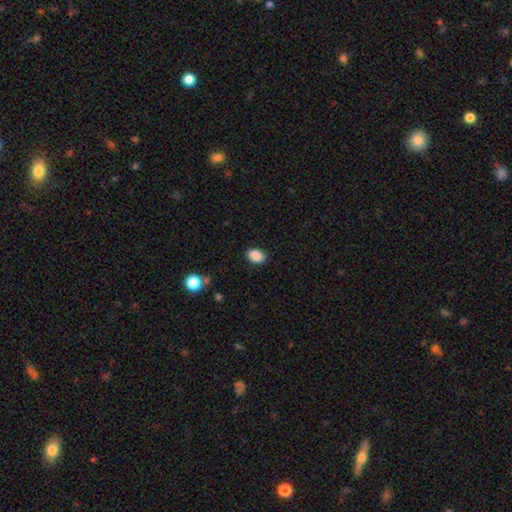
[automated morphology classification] The model was most divided on "how rounded": in between: 74%, round: 25%, cigar-shaped: 1%. More confident: smooth or featured — smooth (89%); merging — none (88%).